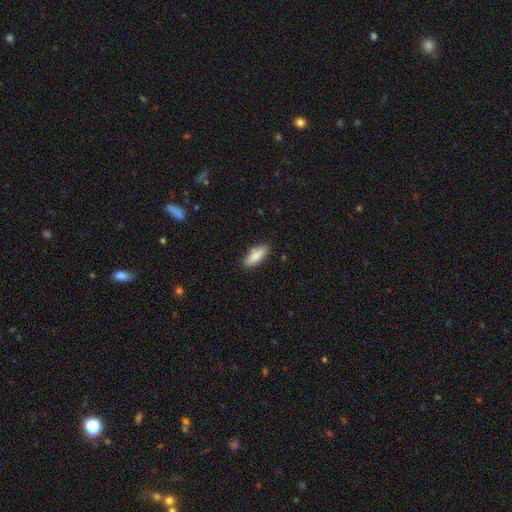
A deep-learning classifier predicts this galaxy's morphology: Q: Smooth or featured?
A: smooth (83%); runner-up: featured or disk (10%)
Q: How rounded?
A: in between (66%); runner-up: cigar-shaped (32%)
Q: Merging?
A: none (85%); runner-up: minor disturbance (11%)